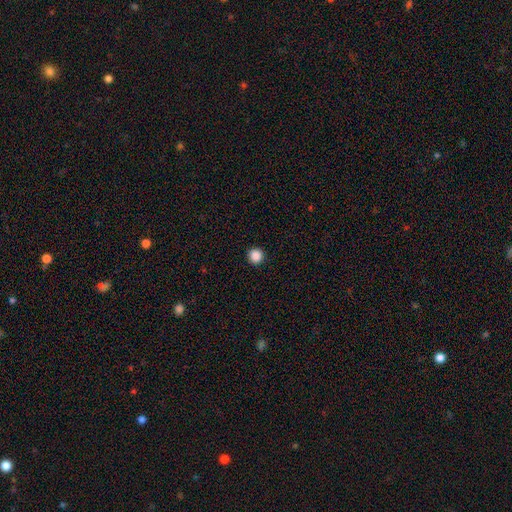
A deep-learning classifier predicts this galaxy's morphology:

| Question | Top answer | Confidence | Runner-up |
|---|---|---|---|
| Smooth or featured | smooth | 87% | star or artifact (10%) |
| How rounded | round | 96% | in between (3%) |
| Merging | none | 93% | minor disturbance (4%) |